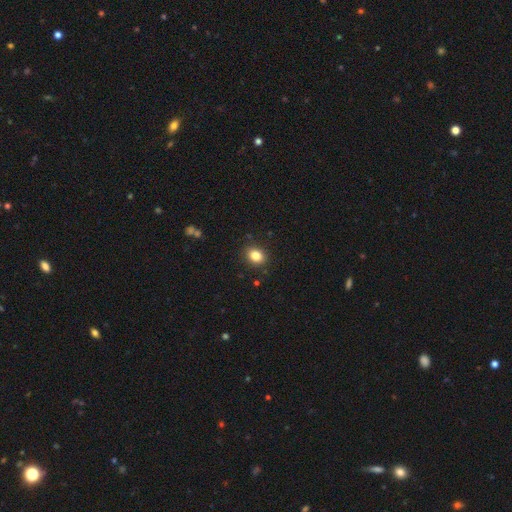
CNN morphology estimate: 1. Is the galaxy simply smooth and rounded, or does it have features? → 84% smooth, 10% star or artifact, 6% featured or disk.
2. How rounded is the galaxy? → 54% in between, 45% round, 1% cigar-shaped.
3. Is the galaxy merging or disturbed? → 89% none, 8% minor disturbance, 2% major disturbance, 1% merger.